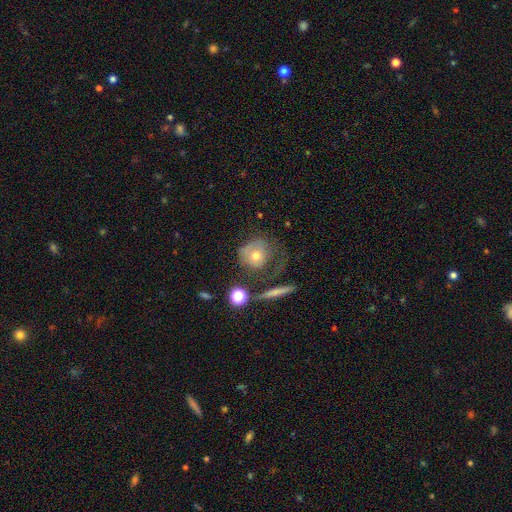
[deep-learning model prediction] smooth-or-featured: smooth: 56% | featured or disk: 33% | star or artifact: 12%
  how-rounded: round: 79% | in between: 19% | cigar-shaped: 2%
  merging: none: 45% | minor disturbance: 24% | major disturbance: 23% | merger: 8%